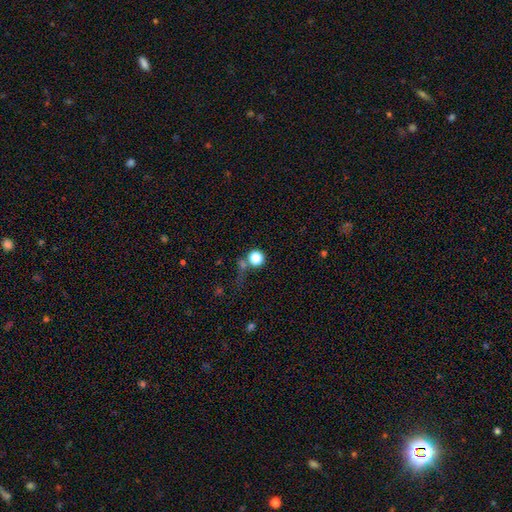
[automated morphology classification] A smooth galaxy with no disk features (58%) that is round (92%). Merging: none (66%).